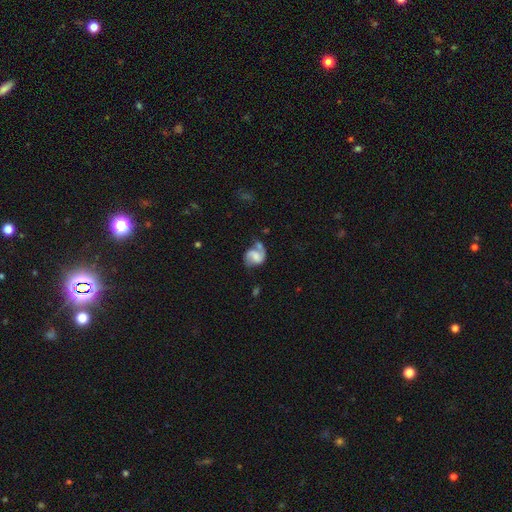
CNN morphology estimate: Smooth or featured?
  - featured or disk: 70% *
  - smooth: 22%
  - star or artifact: 8%
Edge-on disk?
  - no: 98% *
  - yes: 2%
Bar?
  - weak: 42% *
  - no: 41%
  - strong: 17%
Spiral arms?
  - yes: 91% *
  - no: 9%
Spiral winding?
  - medium: 45% *
  - loose: 35%
  - tight: 20%
Spiral arm count?
  - 2: 78% *
  - 1: 14%
  - can't tell: 5%
  - 3: 1%
  - 4: 1%
  - more than 4: 1%
Bulge size?
  - none: 36% *
  - small: 26%
  - moderate: 23%
  - large: 12%
  - dominant: 3%
Merging?
  - none: 44% *
  - minor disturbance: 22%
  - major disturbance: 18%
  - merger: 16%